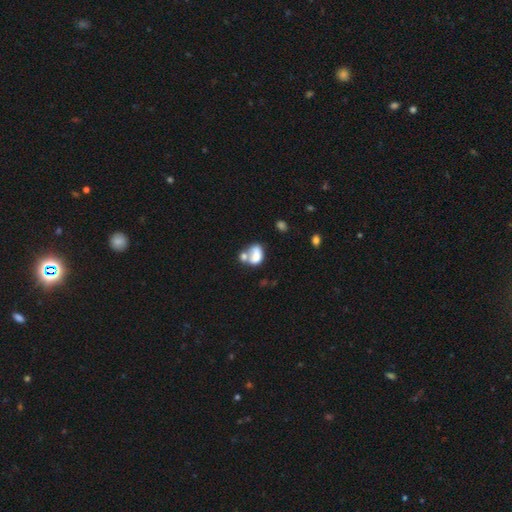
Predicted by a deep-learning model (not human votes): smooth_or_featured: smooth (p=0.68) [alt: featured or disk p=0.22]
how_rounded: in between (p=0.78) [alt: round p=0.20]
merging: merger (p=0.59) [alt: none p=0.20]